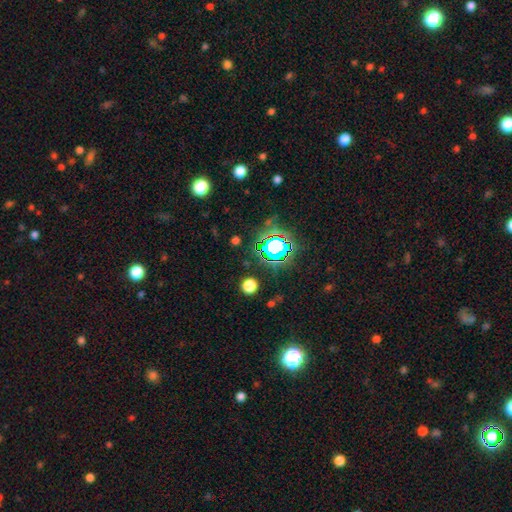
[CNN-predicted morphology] smooth_or_featured: star or artifact (p=0.80) [alt: smooth p=0.13]